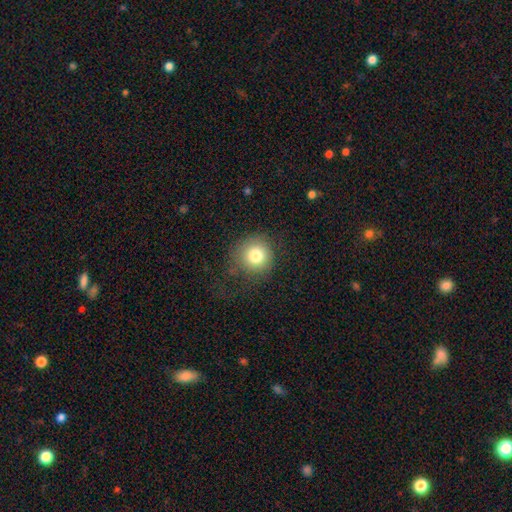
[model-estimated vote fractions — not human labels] Smooth or featured: smooth — 79% (star or artifact — 11%)
How rounded: round — 92% (in between — 7%)
Merging: none — 76% (minor disturbance — 14%)